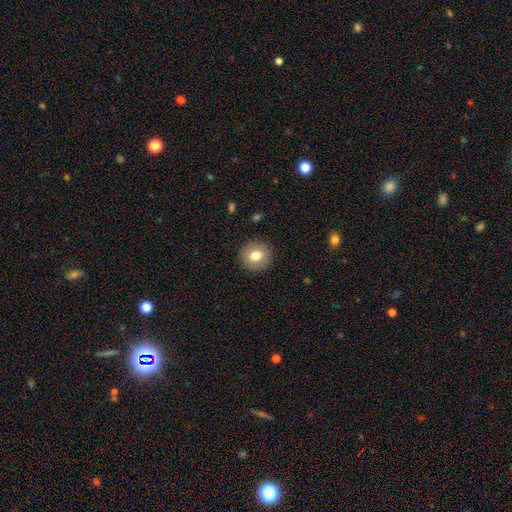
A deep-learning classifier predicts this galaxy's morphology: Smooth or featured? smooth (77%)
How rounded? round (87%)
Merging? none (90%)